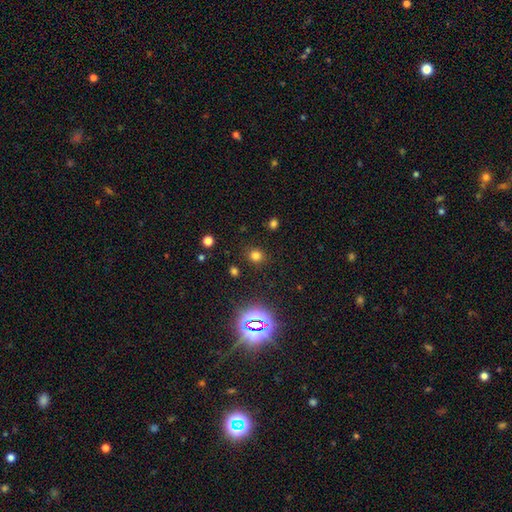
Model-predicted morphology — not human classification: A smooth galaxy with no disk features (73%) that is round (87%). Merging: none (88%).